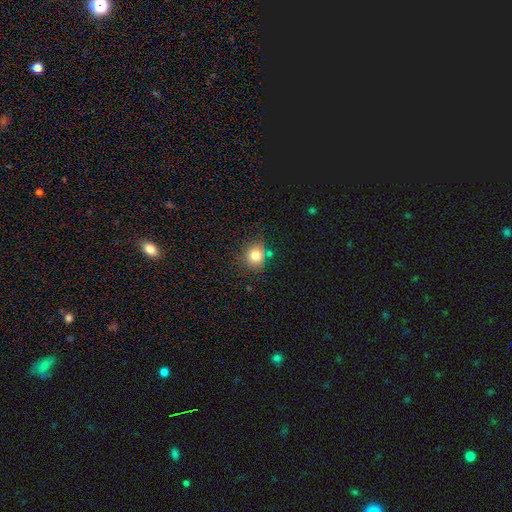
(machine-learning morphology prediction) The model was most divided on "merging": none: 76%, minor disturbance: 14%, merger: 6%, major disturbance: 3%. More confident: how rounded — round (84%); smooth or featured — smooth (80%).